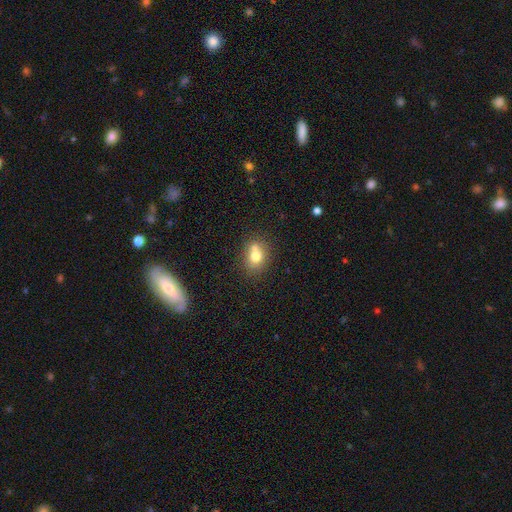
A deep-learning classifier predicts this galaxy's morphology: type=smooth (73%); roundness=round (54%); merging=none (50%).